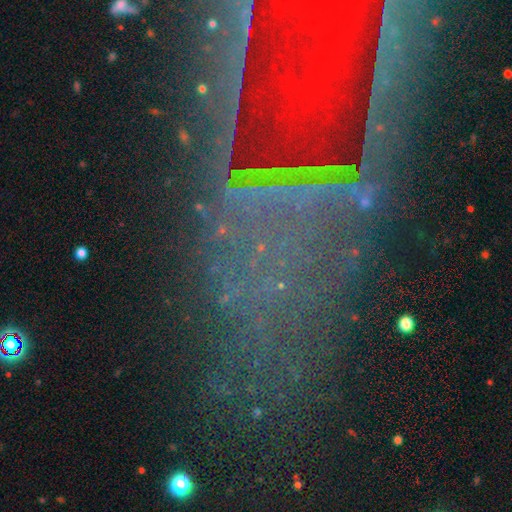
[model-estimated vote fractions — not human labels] Morphology: type=star or artifact (75%).